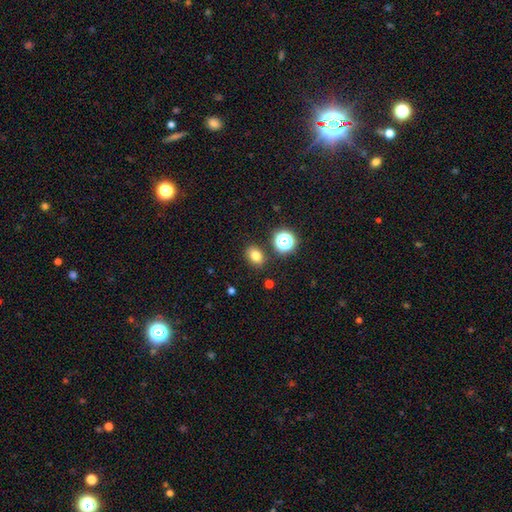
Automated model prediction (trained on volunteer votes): Smooth or featured? smooth (78%)
How rounded? in between (63%)
Merging? none (84%)